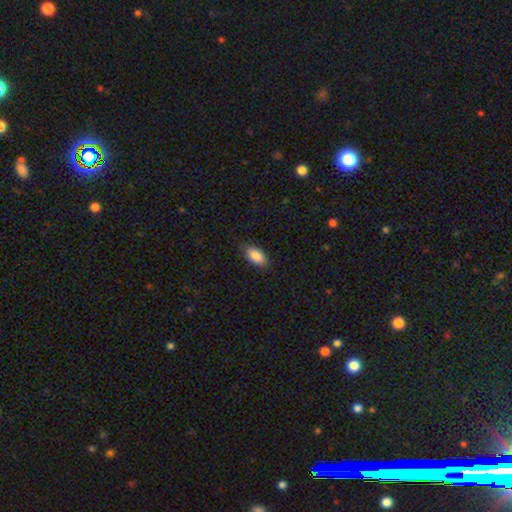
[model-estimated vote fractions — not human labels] The model was most divided on "merging": none: 82%, minor disturbance: 14%, major disturbance: 3%, merger: 1%. More confident: how rounded — in between (90%); smooth or featured — smooth (88%).